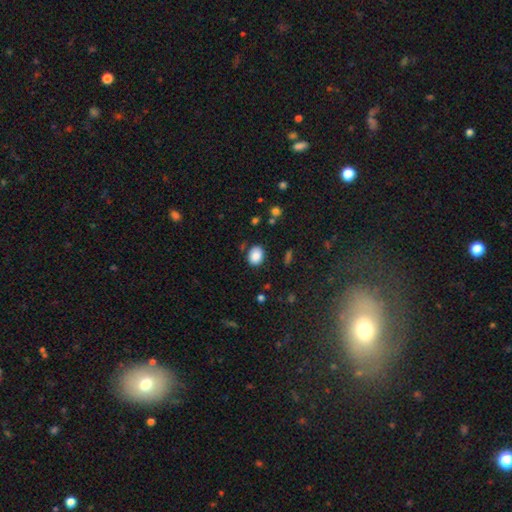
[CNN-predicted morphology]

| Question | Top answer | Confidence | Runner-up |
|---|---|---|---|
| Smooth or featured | smooth | 87% | star or artifact (9%) |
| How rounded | in between | 61% | round (38%) |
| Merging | none | 82% | minor disturbance (12%) |